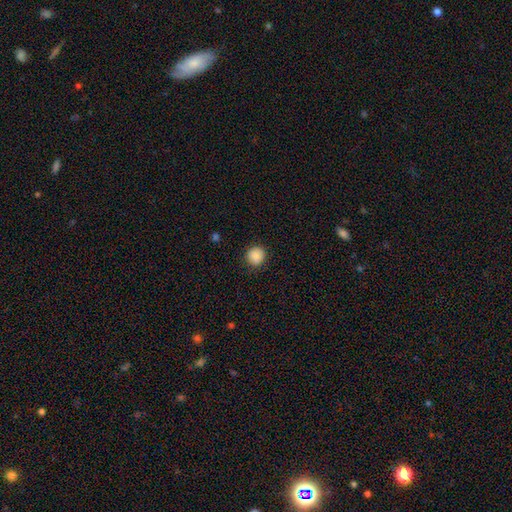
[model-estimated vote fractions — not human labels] A smooth galaxy with no disk features (87%) that is round (91%).

Vote fractions:
- Smooth or featured? smooth: 87% / star or artifact: 9% / featured or disk: 4%
- How rounded? round: 91% / in between: 8% / cigar-shaped: 1%
- Merging? none: 88% / minor disturbance: 8% / major disturbance: 2% / merger: 1%